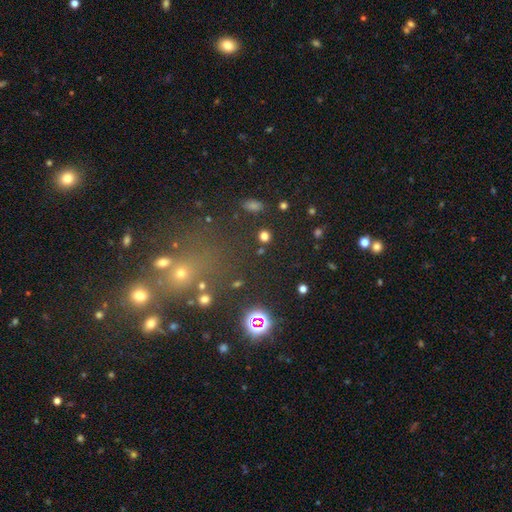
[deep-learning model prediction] This appears to be a star or artifact, not a galaxy (60%).